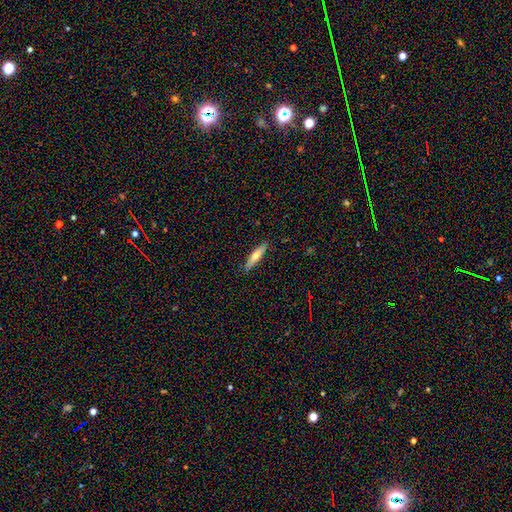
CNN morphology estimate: A smooth galaxy with no disk features (57%) that is cigar-shaped (84%).

Vote fractions:
- Smooth or featured? smooth: 57% / featured or disk: 37% / star or artifact: 6%
- How rounded? cigar-shaped: 84% / in between: 15% / round: 2%
- Merging? none: 89% / minor disturbance: 8% / major disturbance: 2% / merger: 1%